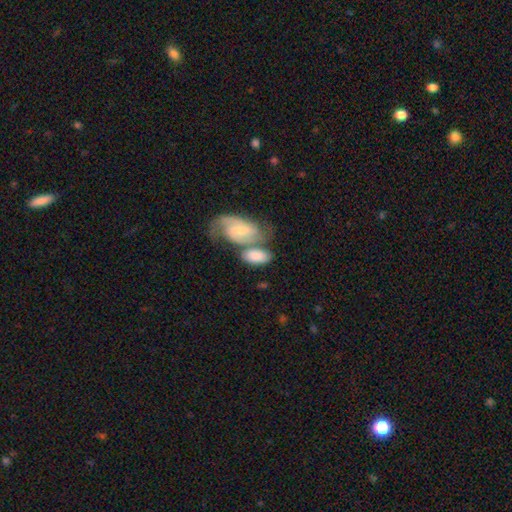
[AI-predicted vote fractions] A smooth galaxy with no disk features (59%) that is in between round and cigar-shaped (91%).

Vote fractions:
- Smooth or featured? smooth: 59% / featured or disk: 35% / star or artifact: 6%
- How rounded? in between: 91% / round: 6% / cigar-shaped: 4%
- Merging? merger: 46% / none: 32% / minor disturbance: 15% / major disturbance: 7%